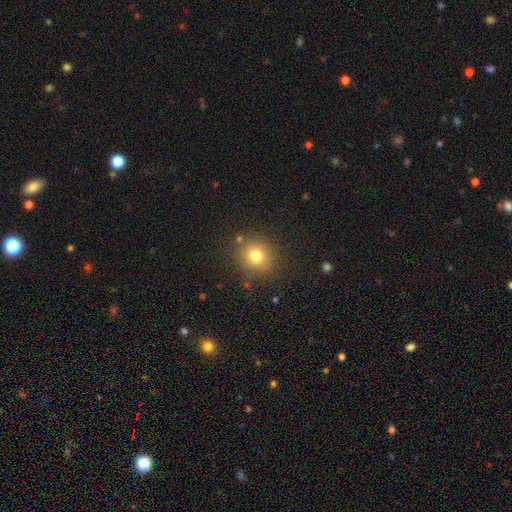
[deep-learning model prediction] Morphology: type=smooth (77%); roundness=round (84%); merging=none (84%).